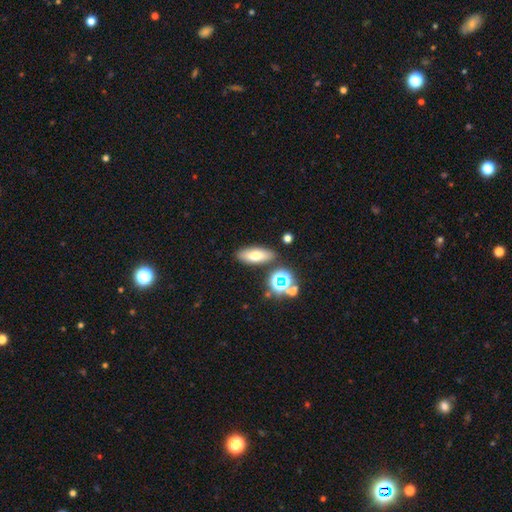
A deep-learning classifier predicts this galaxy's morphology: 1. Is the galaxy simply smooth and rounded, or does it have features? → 66% smooth, 20% featured or disk, 14% star or artifact.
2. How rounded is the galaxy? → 68% in between, 24% cigar-shaped, 8% round.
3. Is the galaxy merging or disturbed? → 83% none, 9% minor disturbance, 5% merger, 3% major disturbance.